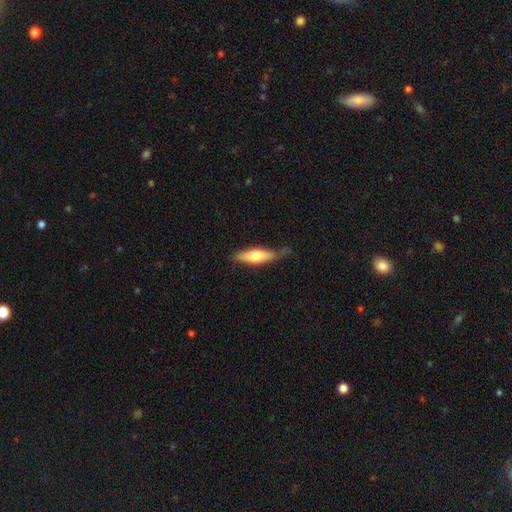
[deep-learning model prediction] smooth_or_featured: smooth (p=0.64) [alt: featured or disk p=0.31]
how_rounded: cigar-shaped (p=0.60) [alt: in between p=0.38]
merging: none (p=0.58) [alt: minor disturbance p=0.31]